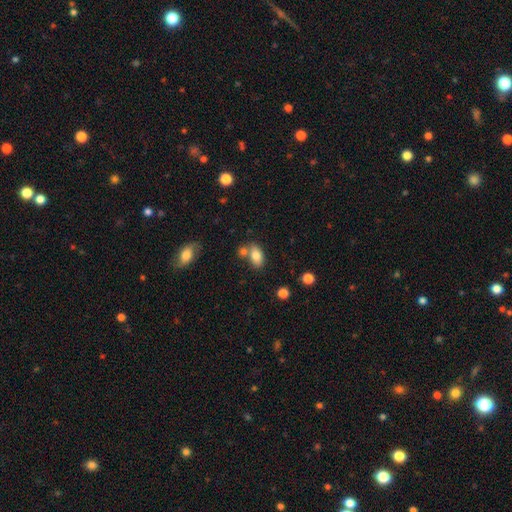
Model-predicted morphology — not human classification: Smooth or featured: smooth — 81% (featured or disk — 11%)
How rounded: in between — 90% (round — 7%)
Merging: none — 59% (merger — 24%)